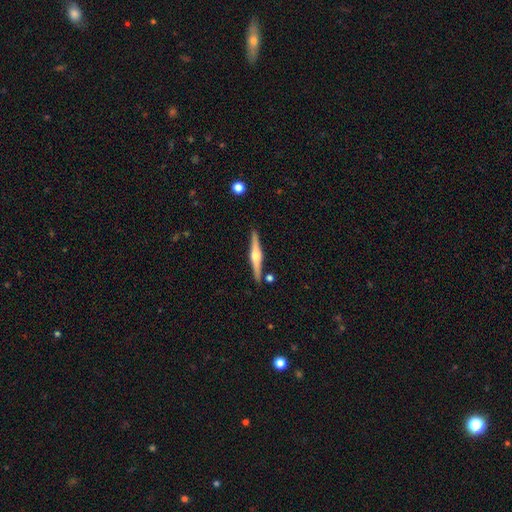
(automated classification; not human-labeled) Q: Smooth or featured?
A: featured or disk (76%); runner-up: smooth (19%)
Q: Edge-on disk?
A: yes (98%); runner-up: no (2%)
Q: Edge-on bulge?
A: rounded (90%); runner-up: boxy (7%)
Q: Merging?
A: none (89%); runner-up: minor disturbance (7%)